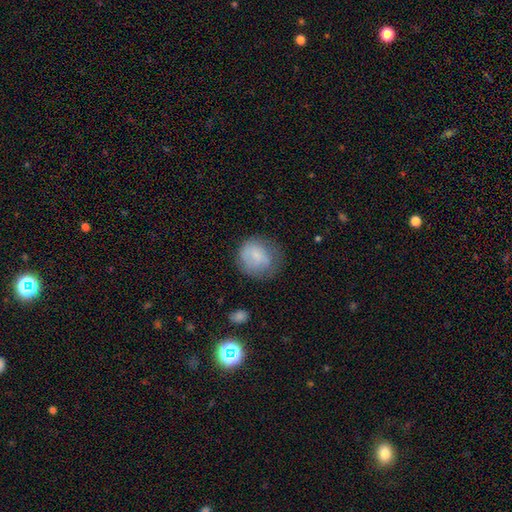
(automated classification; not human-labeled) This is likely a smooth galaxy (74%). How rounded: likely round (76%). Merging: possibly none (58%).